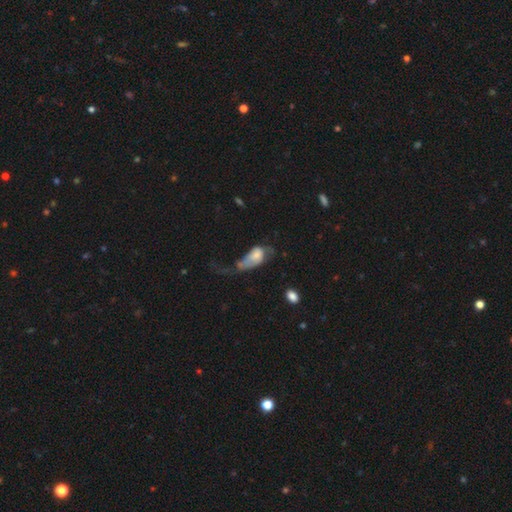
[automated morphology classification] Q: Smooth or featured?
A: smooth (58%); runner-up: featured or disk (34%)
Q: How rounded?
A: in between (87%); runner-up: round (7%)
Q: Merging?
A: major disturbance (59%); runner-up: minor disturbance (17%)